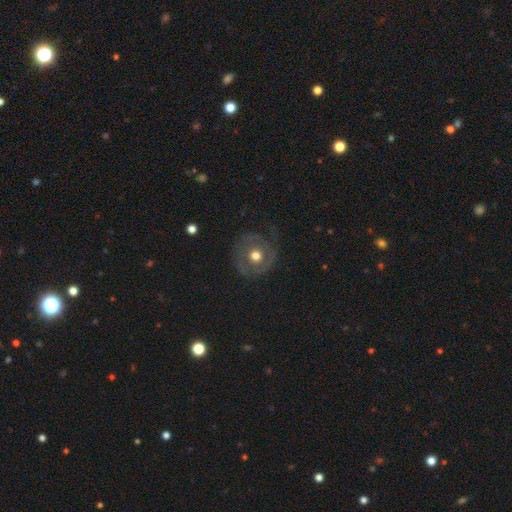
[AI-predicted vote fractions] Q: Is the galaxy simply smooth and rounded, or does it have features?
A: featured or disk — 53%.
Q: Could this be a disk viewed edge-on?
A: no — 96%.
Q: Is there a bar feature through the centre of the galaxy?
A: no — 86%.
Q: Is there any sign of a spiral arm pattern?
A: no — 64%.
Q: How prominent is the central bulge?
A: moderate — 76%.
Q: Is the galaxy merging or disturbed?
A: none — 70%.